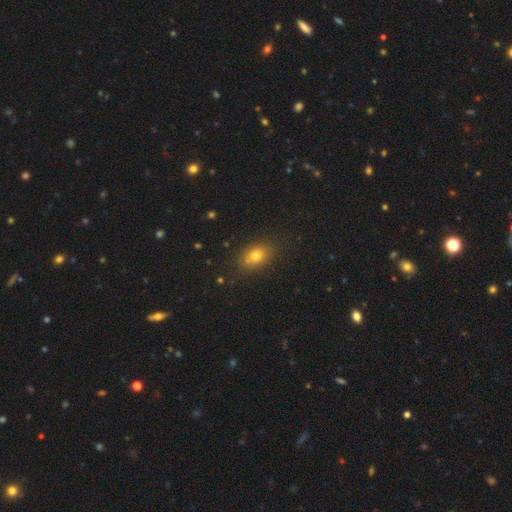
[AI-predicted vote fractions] The model was most divided on "how rounded": in between: 72%, round: 25%, cigar-shaped: 3%. More confident: merging — none (80%); smooth or featured — smooth (75%).